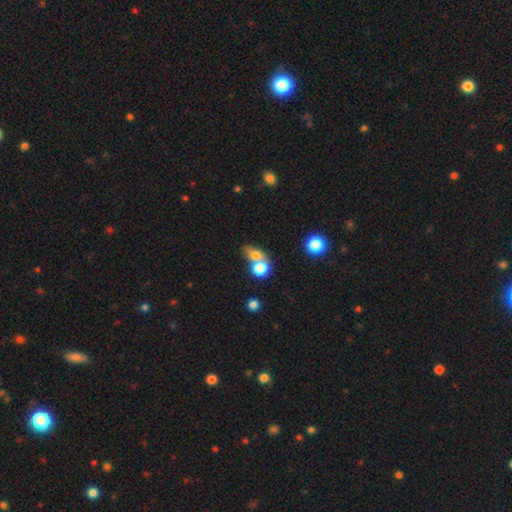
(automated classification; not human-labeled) Smooth or featured? Predicted: smooth (p=0.74). How rounded? Predicted: round (p=0.50). Merging? Predicted: merger (p=0.63).